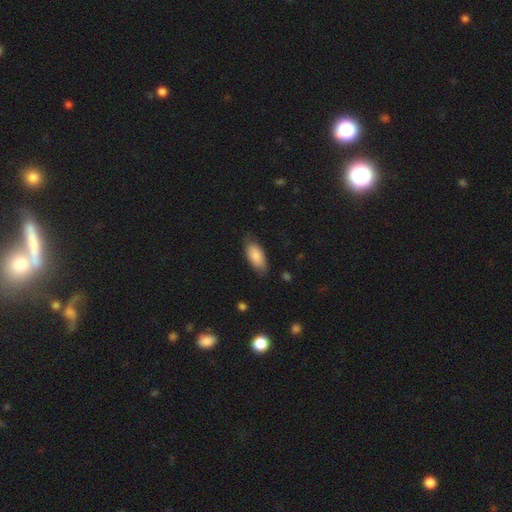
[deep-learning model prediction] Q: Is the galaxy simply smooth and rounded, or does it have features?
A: smooth — 85%.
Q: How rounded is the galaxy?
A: in between — 88%.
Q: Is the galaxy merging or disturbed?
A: none — 76%.